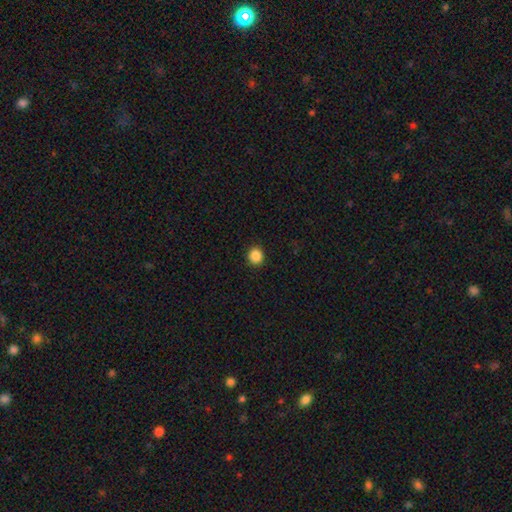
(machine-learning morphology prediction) smooth_or_featured: smooth (p=0.87) [alt: star or artifact p=0.10]
how_rounded: round (p=0.87) [alt: in between p=0.13]
merging: none (p=0.92) [alt: minor disturbance p=0.05]